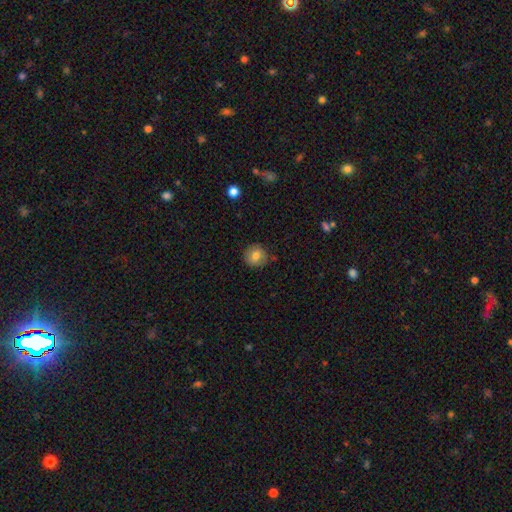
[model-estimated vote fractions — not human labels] Smooth or featured?
  - smooth: 78% *
  - featured or disk: 13%
  - star or artifact: 9%
How rounded?
  - round: 89% *
  - in between: 10%
  - cigar-shaped: 1%
Merging?
  - none: 84% *
  - minor disturbance: 12%
  - major disturbance: 3%
  - merger: 2%